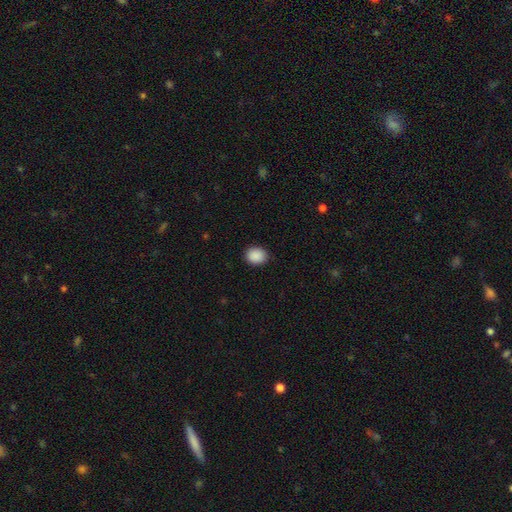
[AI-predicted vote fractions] Smooth or featured? smooth (90%)
How rounded? round (51%)
Merging? none (88%)